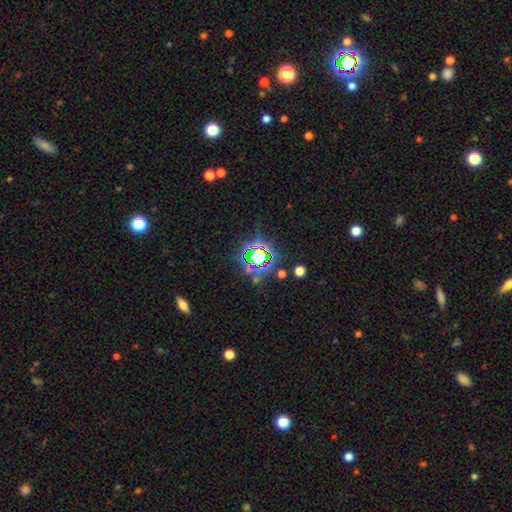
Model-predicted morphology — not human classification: Smooth or featured: star or artifact — 69% (smooth — 19%)